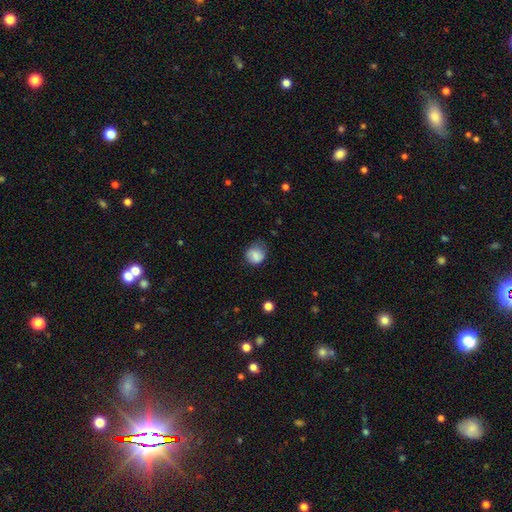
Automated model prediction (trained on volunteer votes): This appears to be a smooth galaxy with no disk features (77%) that is round (73%). Merging: none (58%).